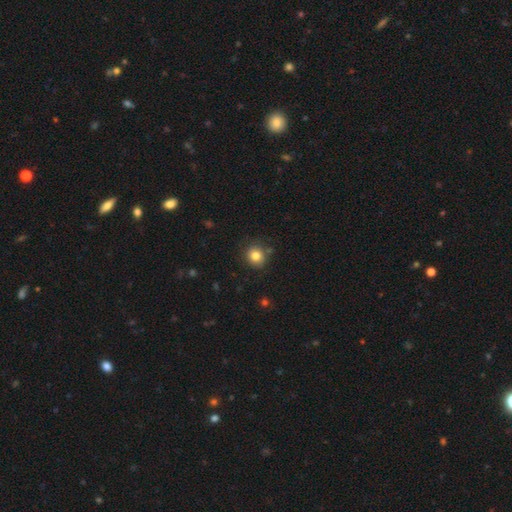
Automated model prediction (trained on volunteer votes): This is clearly a smooth galaxy (82%). How rounded: clearly round (87%). Merging: clearly none (83%).